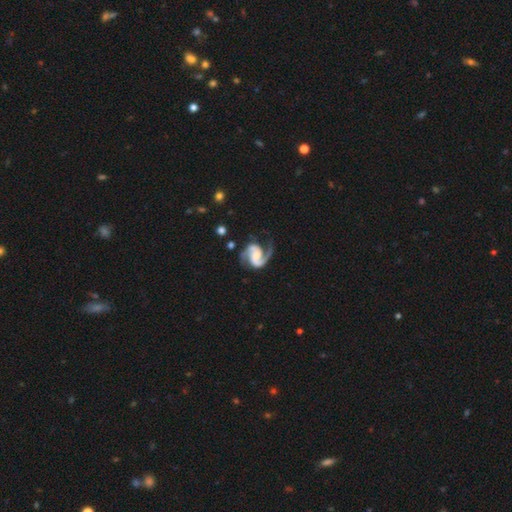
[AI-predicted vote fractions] Smooth or featured? featured or disk (92%)
Edge-on disk? no (98%)
Bar? no (44%)
Spiral arms? yes (98%)
Spiral winding? medium (58%)
Spiral arm count? 2 (88%)
Bulge size? small (35%)
Merging? none (65%)